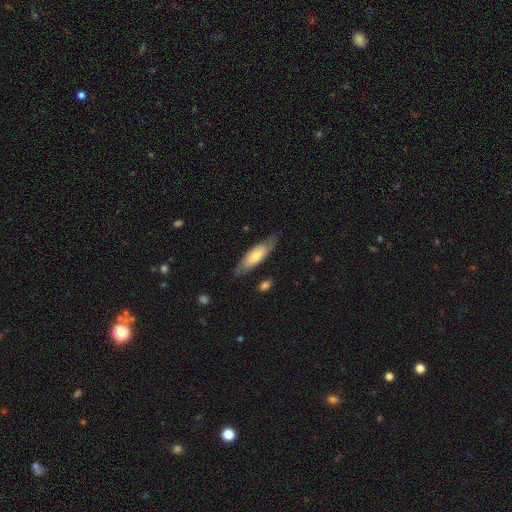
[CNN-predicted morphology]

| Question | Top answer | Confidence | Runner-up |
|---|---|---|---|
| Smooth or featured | smooth | 54% | featured or disk (41%) |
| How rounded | in between | 56% | cigar-shaped (42%) |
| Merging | none | 73% | minor disturbance (20%) |